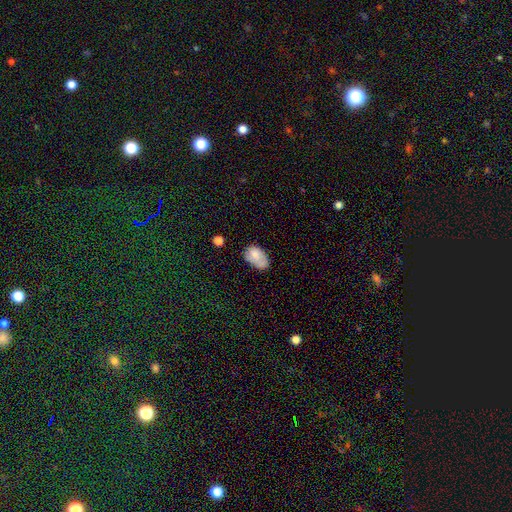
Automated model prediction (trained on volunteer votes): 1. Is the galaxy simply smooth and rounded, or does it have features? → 72% smooth, 20% featured or disk, 8% star or artifact.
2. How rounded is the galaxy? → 90% in between, 9% round, 1% cigar-shaped.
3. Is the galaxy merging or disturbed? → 53% none, 32% minor disturbance, 11% major disturbance, 4% merger.